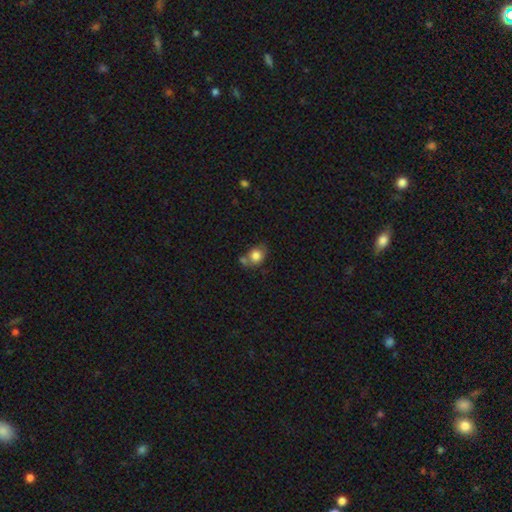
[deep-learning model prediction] This appears to be a smooth galaxy with no disk features (80%) that is round (54%). Merging: none (45%).